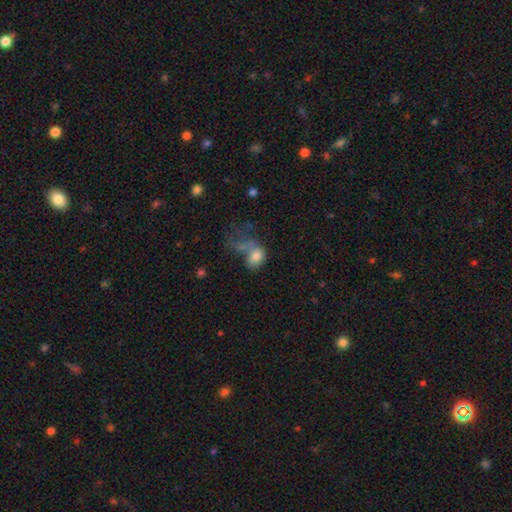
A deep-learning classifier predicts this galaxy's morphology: Smooth or featured? smooth (73%)
How rounded? in between (70%)
Merging? major disturbance (38%)